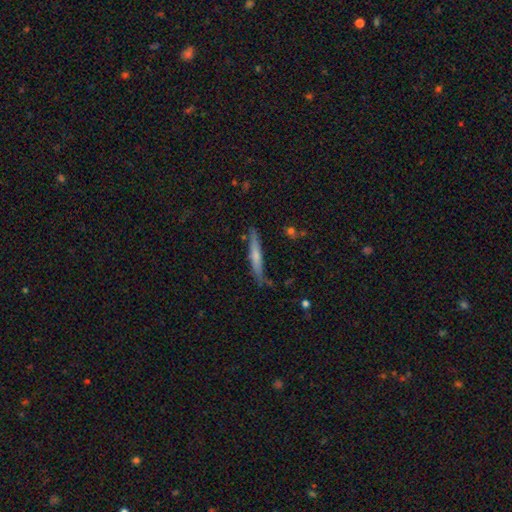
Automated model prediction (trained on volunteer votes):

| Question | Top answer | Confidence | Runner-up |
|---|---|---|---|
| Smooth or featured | smooth | 52% | featured or disk (42%) |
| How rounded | cigar-shaped | 93% | in between (5%) |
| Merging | none | 78% | minor disturbance (16%) |